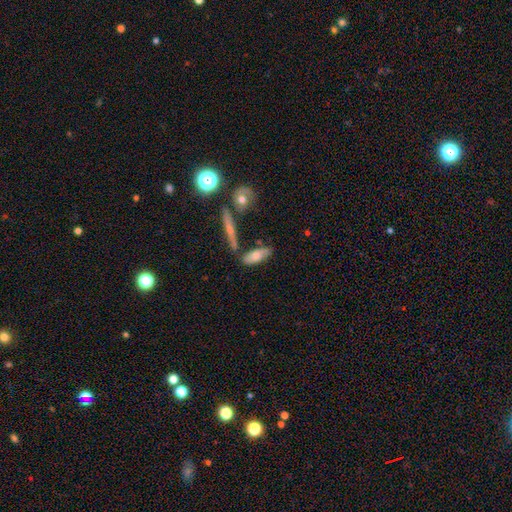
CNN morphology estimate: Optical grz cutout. It shows a smooth galaxy with no disk features (69%) that is in between round and cigar-shaped (66%). Merging: none (64%).